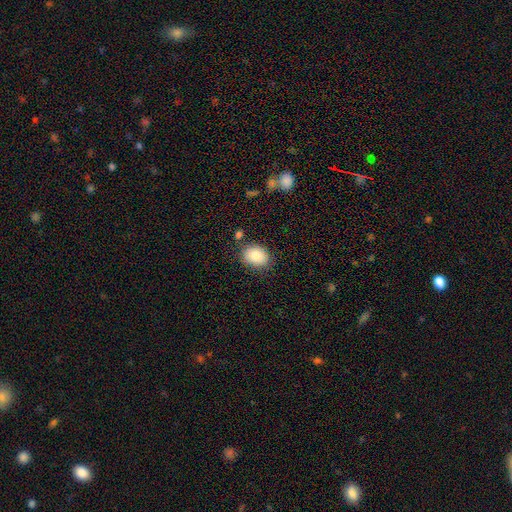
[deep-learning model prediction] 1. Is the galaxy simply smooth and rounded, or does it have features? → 85% smooth, 8% star or artifact, 7% featured or disk.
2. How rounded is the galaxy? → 57% in between, 42% round, 1% cigar-shaped.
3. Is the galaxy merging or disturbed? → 78% none, 15% minor disturbance, 4% merger, 3% major disturbance.